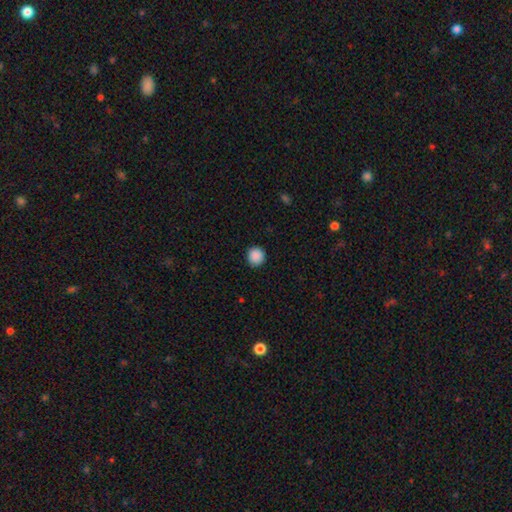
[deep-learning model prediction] smooth 89%, star or artifact 9%, featured or disk 2%. Down the decision tree: how rounded — round (93%); merging — none (91%).